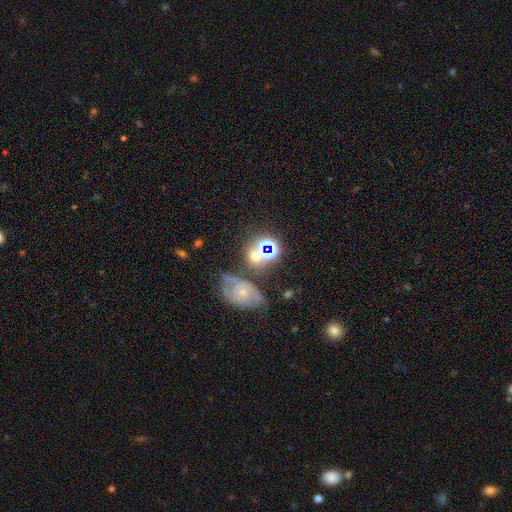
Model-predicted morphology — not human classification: Overall: smooth (42%; star or artifact 37%). Merging: none (58%).